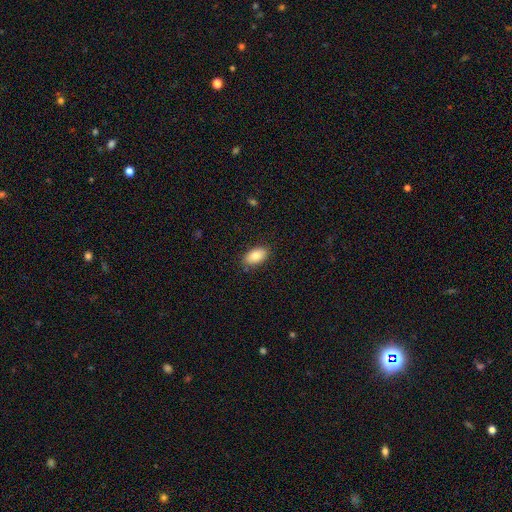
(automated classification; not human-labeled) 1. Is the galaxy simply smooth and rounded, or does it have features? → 85% smooth, 8% featured or disk, 7% star or artifact.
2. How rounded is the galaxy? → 94% in between, 4% round, 2% cigar-shaped.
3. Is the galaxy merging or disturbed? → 85% none, 11% minor disturbance, 2% major disturbance, 1% merger.